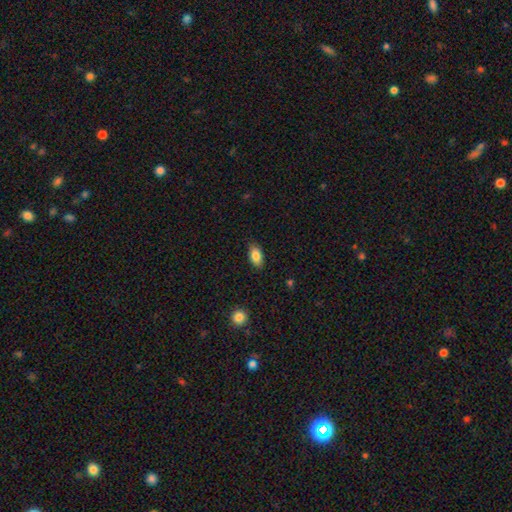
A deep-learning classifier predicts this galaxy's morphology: A smooth galaxy with no disk features (84%) that is in between round and cigar-shaped (90%).

Vote fractions:
- Smooth or featured? smooth: 84% / featured or disk: 8% / star or artifact: 8%
- How rounded? in between: 90% / cigar-shaped: 5% / round: 5%
- Merging? none: 85% / minor disturbance: 12% / major disturbance: 2% / merger: 1%